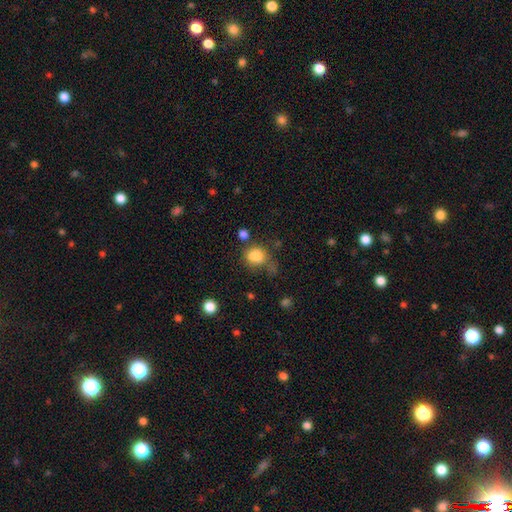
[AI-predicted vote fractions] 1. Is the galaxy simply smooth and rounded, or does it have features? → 80% smooth, 11% star or artifact, 8% featured or disk.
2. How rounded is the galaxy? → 59% round, 39% in between, 1% cigar-shaped.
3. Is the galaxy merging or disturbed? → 40% none, 26% minor disturbance, 19% major disturbance, 16% merger.